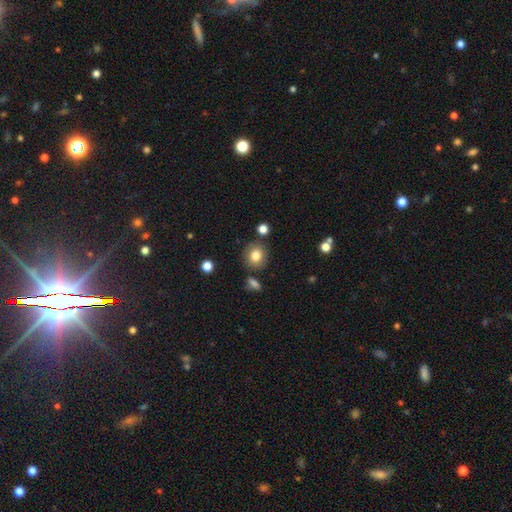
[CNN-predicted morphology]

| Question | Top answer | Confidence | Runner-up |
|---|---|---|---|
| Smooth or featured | smooth | 82% | star or artifact (10%) |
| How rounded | round | 81% | in between (18%) |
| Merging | none | 82% | minor disturbance (10%) |